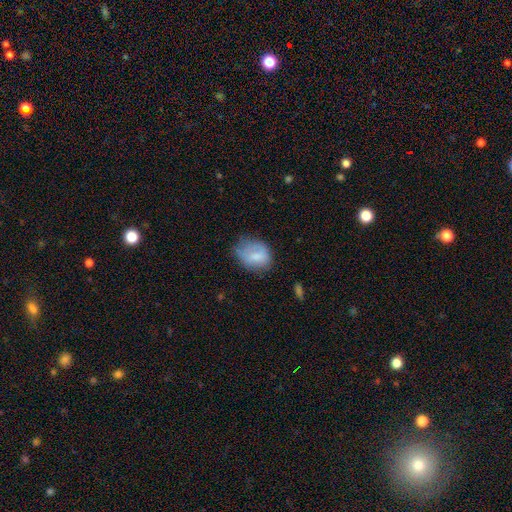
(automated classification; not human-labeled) Smooth or featured: smooth — 72% (featured or disk — 20%)
How rounded: in between — 65% (round — 34%)
Merging: none — 44% (minor disturbance — 37%)